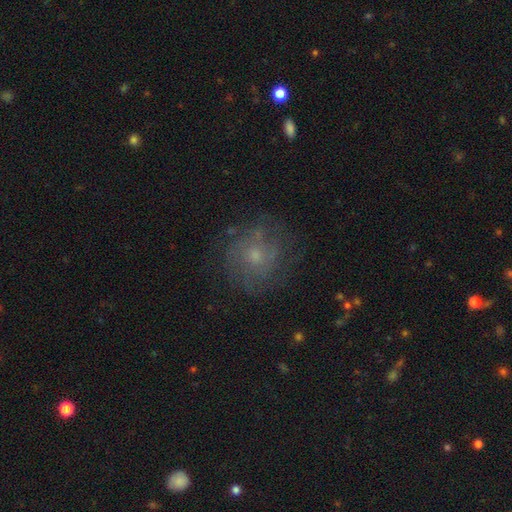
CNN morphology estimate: Smooth or featured?
  - featured or disk: 47% *
  - smooth: 39%
  - star or artifact: 15%
Merging?
  - none: 72% *
  - minor disturbance: 16%
  - major disturbance: 11%
  - merger: 1%